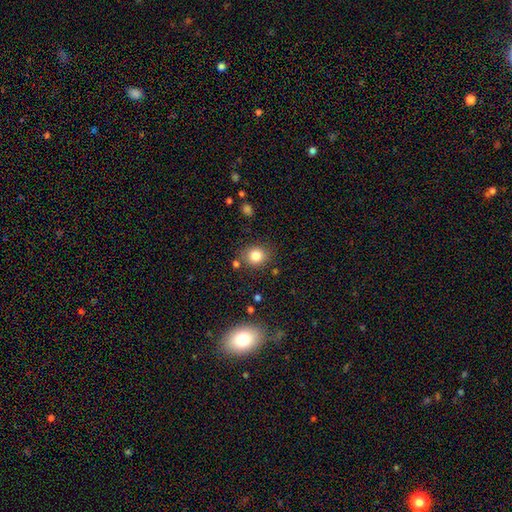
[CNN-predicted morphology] This appears to be a smooth galaxy with no disk features (82%) that is round (76%). Merging: none (80%).